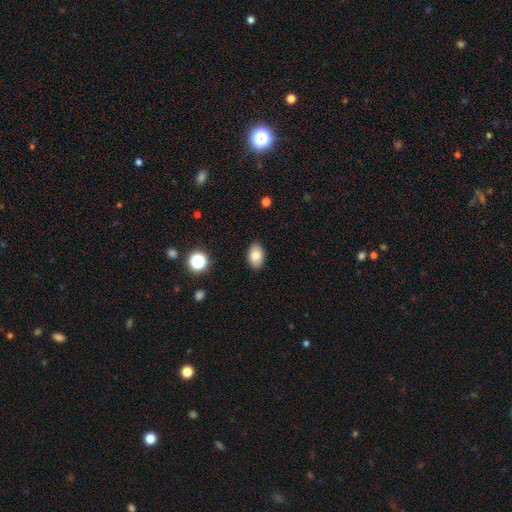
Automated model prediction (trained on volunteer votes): A smooth galaxy with no disk features (81%) that is in between round and cigar-shaped (88%). Merging: none (88%).